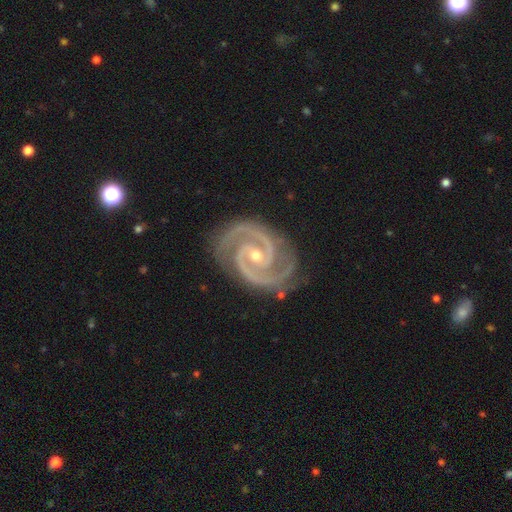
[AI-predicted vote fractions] A featured or disk galaxy (94%) with no bar (48%), 2 (90%) tight (58%) spiral arms (99%) and a small central bulge (55%). Merging: none (81%).